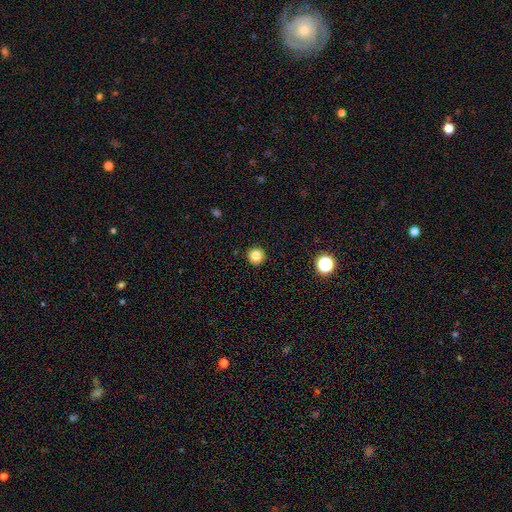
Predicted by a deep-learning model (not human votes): Smooth or featured: smooth — 84% (star or artifact — 11%)
How rounded: round — 96% (in between — 3%)
Merging: none — 93% (minor disturbance — 4%)